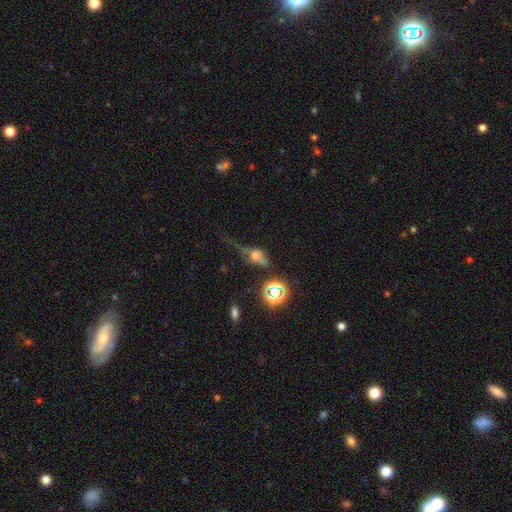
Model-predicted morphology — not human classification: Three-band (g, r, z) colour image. It shows a smooth galaxy with no disk features (43%). Merging: major disturbance (38%).